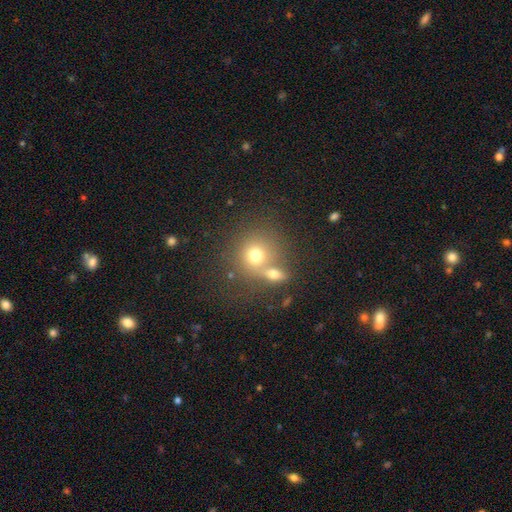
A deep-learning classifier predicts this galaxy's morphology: smooth-or-featured: smooth: 71% | featured or disk: 16% | star or artifact: 13%
  how-rounded: round: 85% | in between: 14% | cigar-shaped: 1%
  merging: none: 47% | merger: 40% | minor disturbance: 9% | major disturbance: 5%